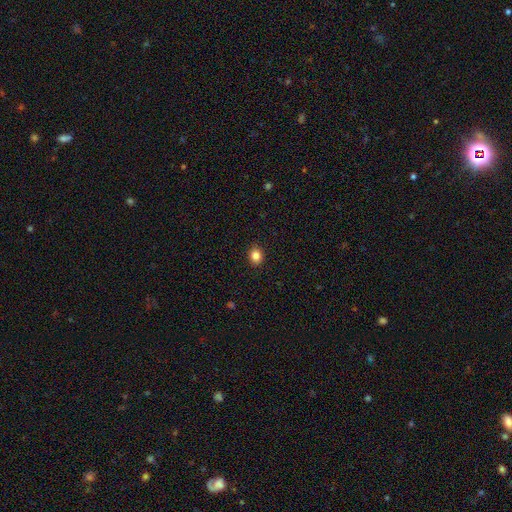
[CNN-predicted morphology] A smooth galaxy with no disk features (84%) that is round (64%).

Vote fractions:
- Smooth or featured? smooth: 84% / star or artifact: 11% / featured or disk: 5%
- How rounded? round: 64% / in between: 35% / cigar-shaped: 1%
- Merging? none: 91% / minor disturbance: 6% / major disturbance: 2% / merger: 1%